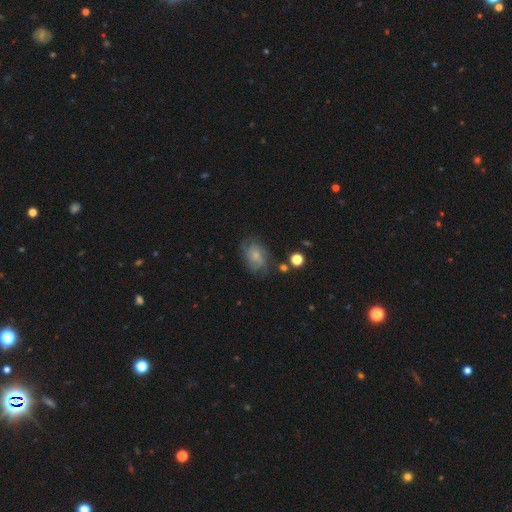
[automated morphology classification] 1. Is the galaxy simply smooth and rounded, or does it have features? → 52% featured or disk, 38% smooth, 10% star or artifact.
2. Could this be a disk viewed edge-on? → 96% no, 4% yes.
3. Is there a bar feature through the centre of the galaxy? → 73% no, 23% weak, 3% strong.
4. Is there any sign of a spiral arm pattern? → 81% yes, 19% no.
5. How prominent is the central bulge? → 63% small, 23% moderate, 10% none, 3% large, 1% dominant.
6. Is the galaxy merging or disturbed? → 62% none, 23% minor disturbance, 12% major disturbance, 3% merger.